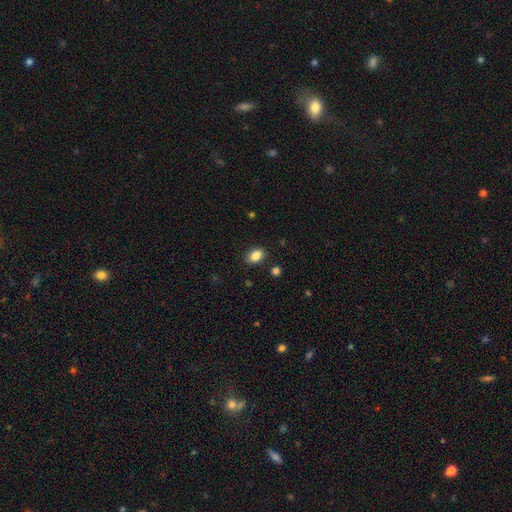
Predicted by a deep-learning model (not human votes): This appears to be a smooth galaxy with no disk features (85%) that is in between round and cigar-shaped (81%). Merging: none (87%).